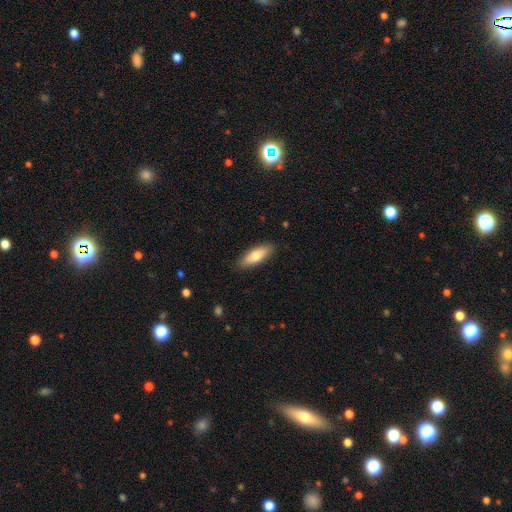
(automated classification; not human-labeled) Morphology: type=smooth (72%); roundness=in between (63%); merging=none (87%).